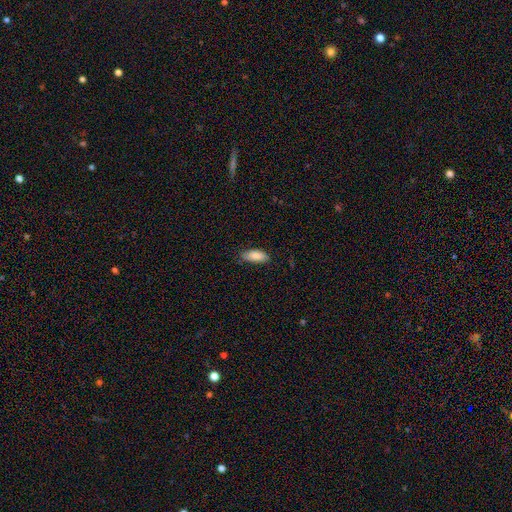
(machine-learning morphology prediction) A smooth galaxy with no disk features (86%) that is in between round and cigar-shaped (86%). Merging: none (72%).